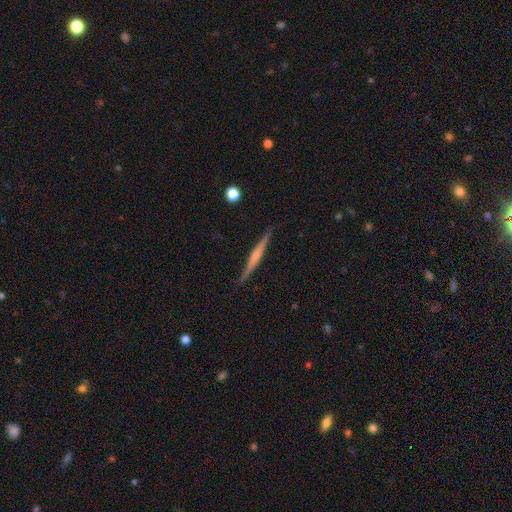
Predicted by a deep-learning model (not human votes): The model was most divided on "edge-on bulge": none: 46%, rounded: 38%, boxy: 16%. More confident: edge-on disk — yes (98%); merging — none (89%); smooth or featured — featured or disk (60%).